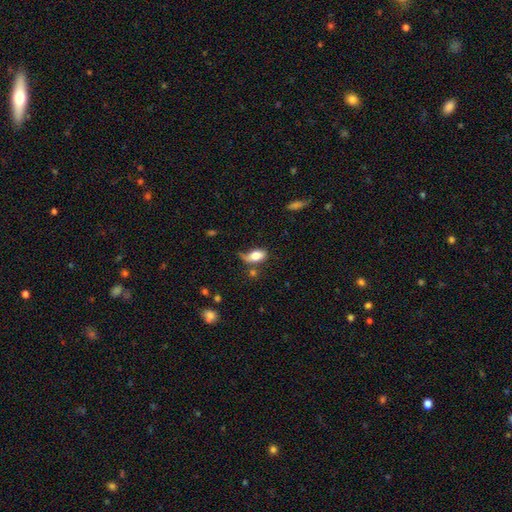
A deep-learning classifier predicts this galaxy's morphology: smooth_or_featured: smooth (p=0.76) [alt: featured or disk p=0.16]
how_rounded: in between (p=0.88) [alt: round p=0.07]
merging: none (p=0.38) [alt: minor disturbance p=0.32]